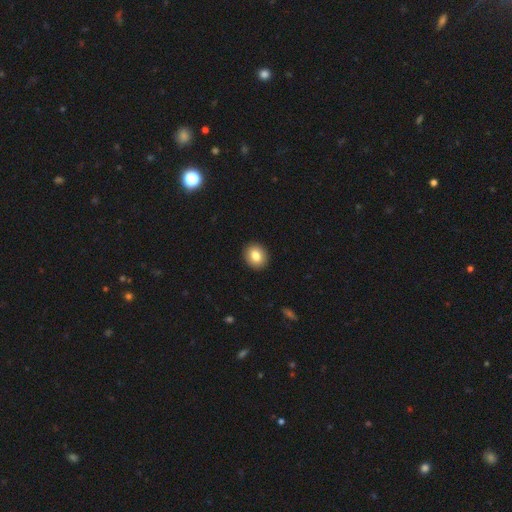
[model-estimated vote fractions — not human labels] This is clearly a smooth galaxy (83%). How rounded: likely round (66%). Merging: clearly none (92%).